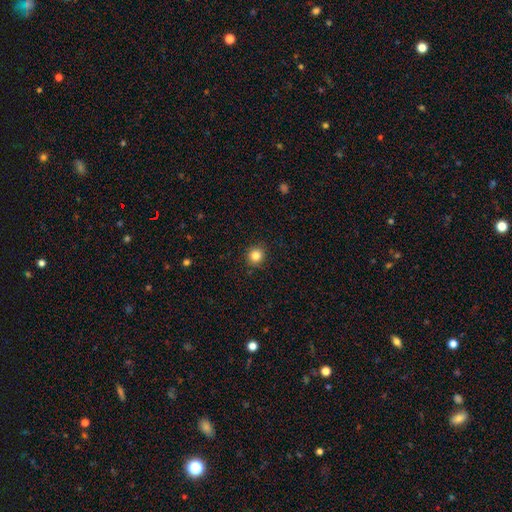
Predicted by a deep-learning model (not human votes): Smooth or featured? smooth (84%)
How rounded? round (92%)
Merging? none (91%)